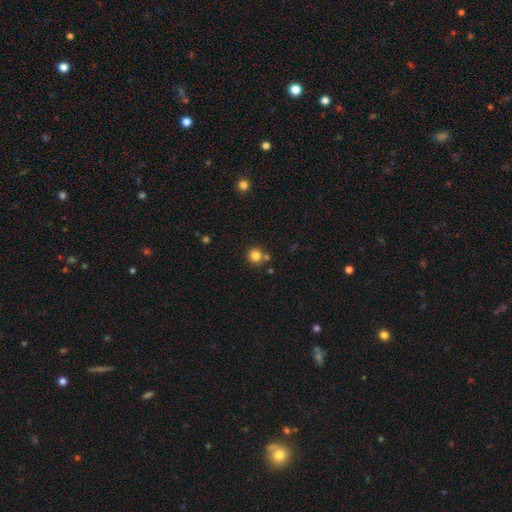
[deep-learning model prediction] This is clearly a smooth galaxy (82%). How rounded: clearly round (94%). Merging: likely none (75%).